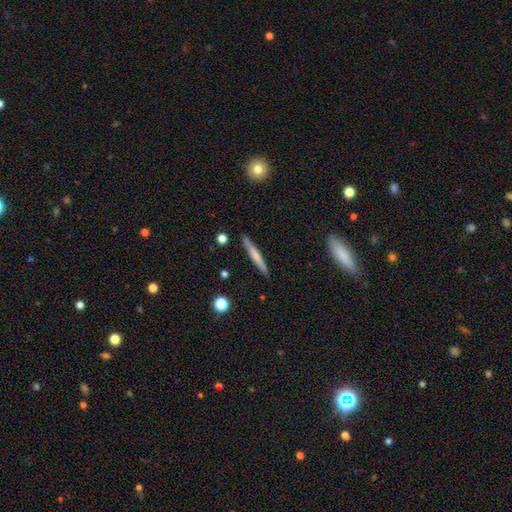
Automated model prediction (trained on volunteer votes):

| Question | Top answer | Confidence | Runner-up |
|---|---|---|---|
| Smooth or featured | smooth | 59% | featured or disk (35%) |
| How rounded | cigar-shaped | 96% | in between (3%) |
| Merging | none | 89% | minor disturbance (8%) |